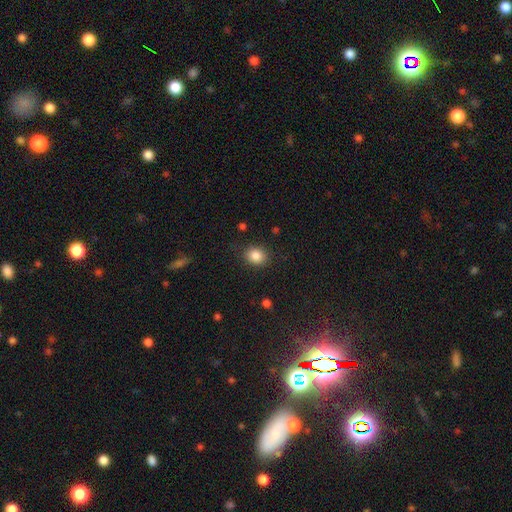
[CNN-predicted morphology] Smooth or featured?
  - smooth: 86% *
  - star or artifact: 10%
  - featured or disk: 5%
How rounded?
  - round: 61% *
  - in between: 38%
  - cigar-shaped: 1%
Merging?
  - none: 85% *
  - minor disturbance: 10%
  - major disturbance: 3%
  - merger: 1%